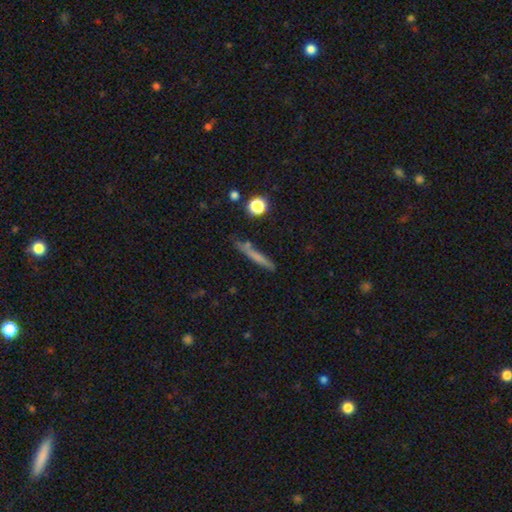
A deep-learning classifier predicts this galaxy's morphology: Smooth or featured? Predicted: smooth (p=0.60). How rounded? Predicted: cigar-shaped (p=0.93). Merging? Predicted: none (p=0.78).